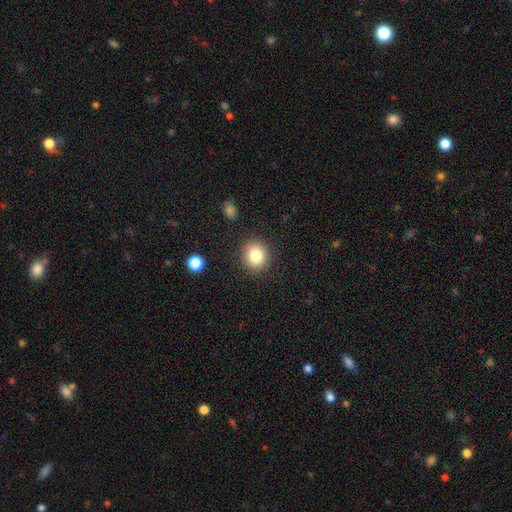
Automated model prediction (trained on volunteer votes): A smooth galaxy with no disk features (82%) that is round (83%). Merging: none (87%).